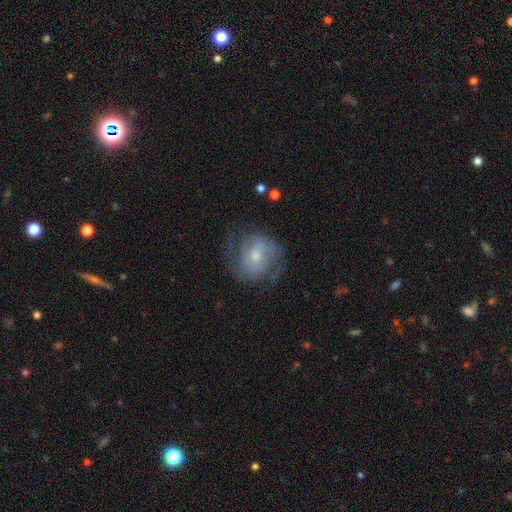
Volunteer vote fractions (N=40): smooth_or_featured: featured or disk (p=0.70) [alt: smooth p=0.23]
disk_edge_on: no (p=0.89) [alt: yes p=0.11]
bar: no (p=0.56) [alt: weak p=0.36]
has_spiral_arms: yes (p=1.00)
spiral_winding: medium (p=0.48) [alt: tight p=0.40]
spiral_arm_count: 2 (p=0.92) [alt: can't tell p=0.08]
bulge_size: small (p=0.60) [alt: moderate p=0.32]
merging: none (p=0.73) [alt: minor disturbance p=0.19]